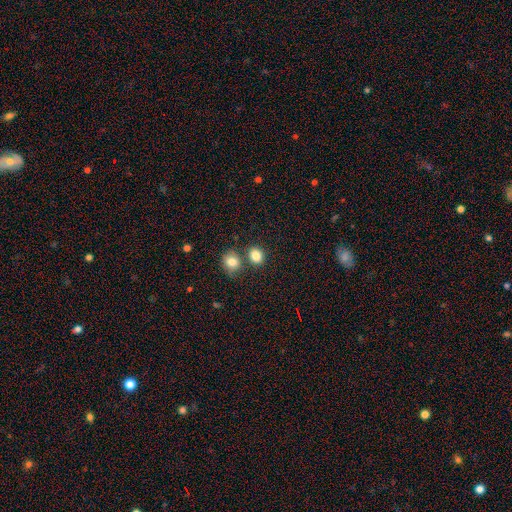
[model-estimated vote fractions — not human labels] Smooth or featured?
  - smooth: 84% *
  - star or artifact: 10%
  - featured or disk: 6%
How rounded?
  - round: 58% *
  - in between: 41%
  - cigar-shaped: 1%
Merging?
  - none: 67% *
  - merger: 20%
  - minor disturbance: 10%
  - major disturbance: 3%